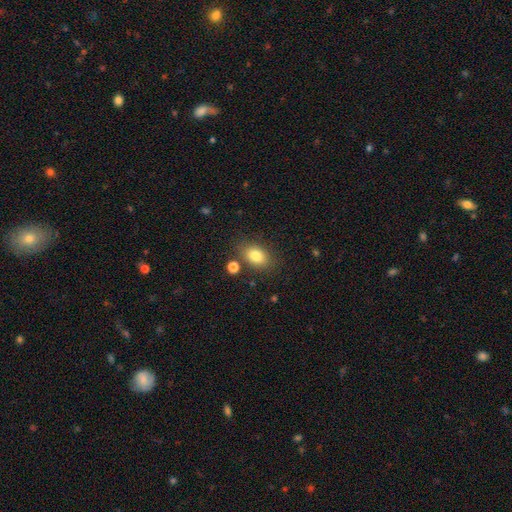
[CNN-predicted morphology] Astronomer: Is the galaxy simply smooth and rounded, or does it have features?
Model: smooth — 82%.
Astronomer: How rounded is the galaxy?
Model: in between — 81%.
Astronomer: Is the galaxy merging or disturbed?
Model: none — 78%.